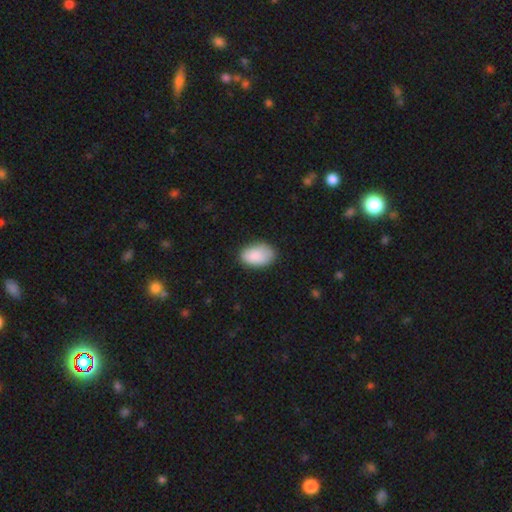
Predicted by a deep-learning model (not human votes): This is clearly a smooth galaxy (88%). How rounded: clearly in between (92%). Merging: likely none (80%).